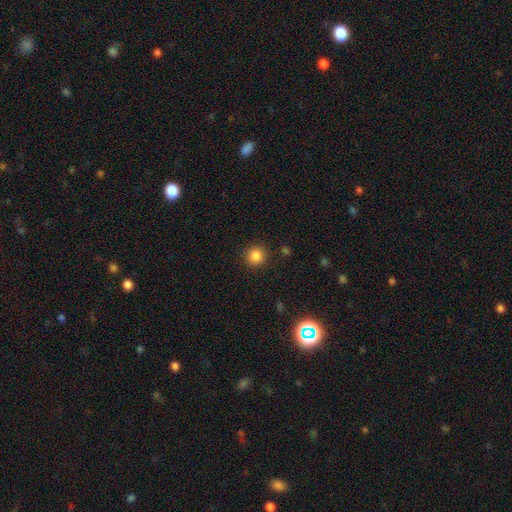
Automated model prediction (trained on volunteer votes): Morphology: type=smooth (84%); roundness=round (93%); merging=none (90%).